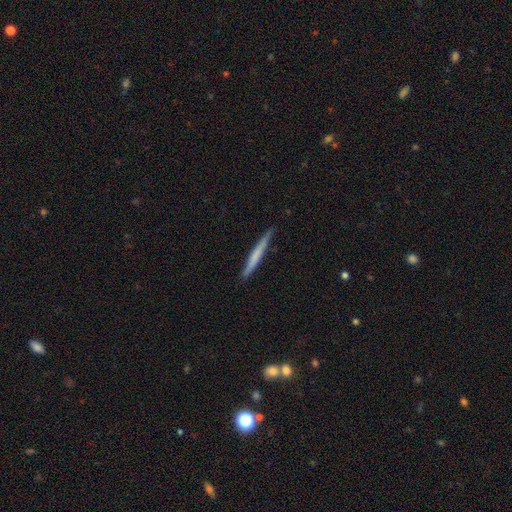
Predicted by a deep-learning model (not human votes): smooth-or-featured: smooth: 56% | featured or disk: 38% | star or artifact: 5%
  how-rounded: cigar-shaped: 97% | in between: 2% | round: 1%
  merging: none: 88% | minor disturbance: 9% | major disturbance: 2% | merger: 1%